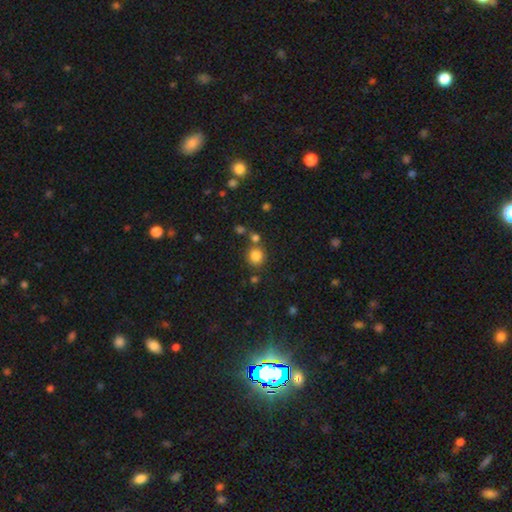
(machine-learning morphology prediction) smooth_or_featured: smooth (p=0.82) [alt: star or artifact p=0.12]
how_rounded: round (p=0.87) [alt: in between p=0.12]
merging: none (p=0.72) [alt: merger p=0.14]